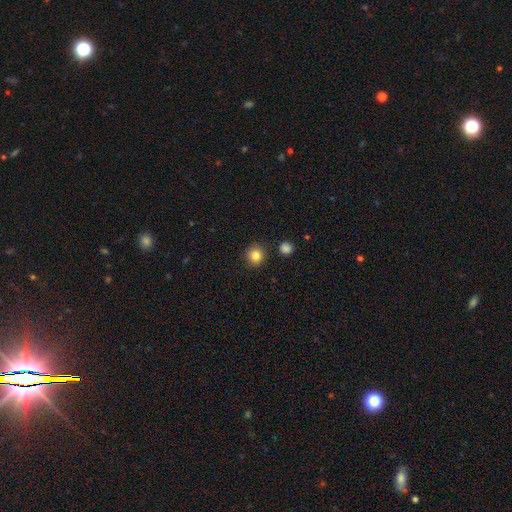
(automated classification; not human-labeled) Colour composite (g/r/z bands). It shows a smooth galaxy with no disk features (84%) that is round (94%). Merging: none (90%).